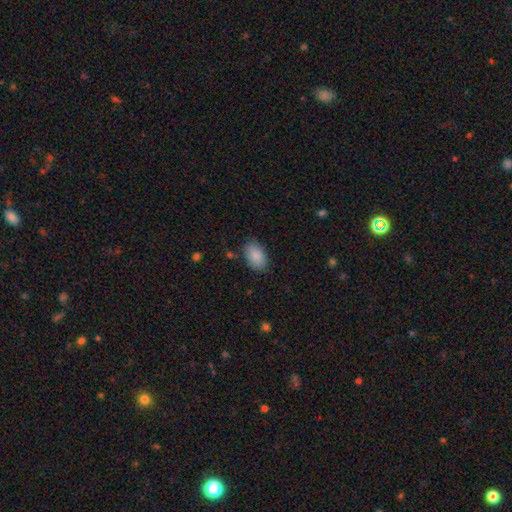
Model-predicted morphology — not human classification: Smooth or featured? smooth (88%)
How rounded? in between (92%)
Merging? none (83%)